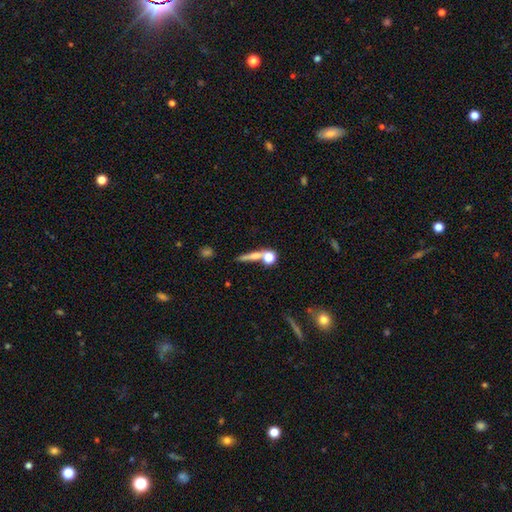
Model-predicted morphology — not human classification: The model was most divided on "how rounded": cigar-shaped: 56%, round: 29%, in between: 15%. More confident: merging — none (58%); smooth or featured — smooth (57%).